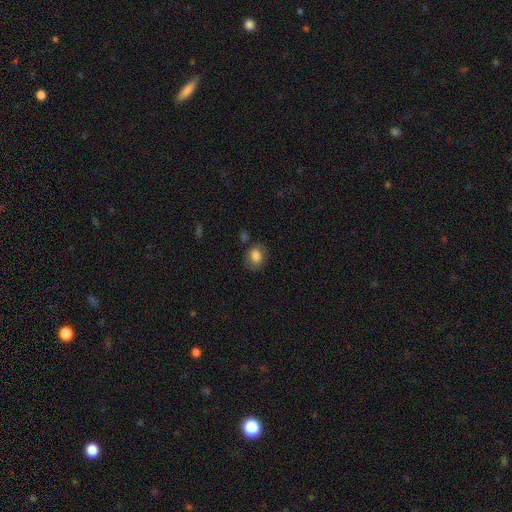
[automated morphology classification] Q: Smooth or featured?
A: smooth (77%); runner-up: featured or disk (14%)
Q: How rounded?
A: in between (64%); runner-up: round (35%)
Q: Merging?
A: none (71%); runner-up: minor disturbance (18%)